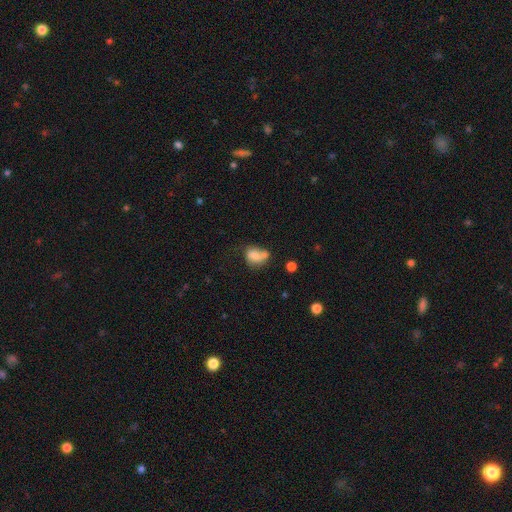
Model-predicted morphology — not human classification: This appears to be a smooth galaxy with no disk features (69%) that is in between round and cigar-shaped (68%). Merging: merger (37%).